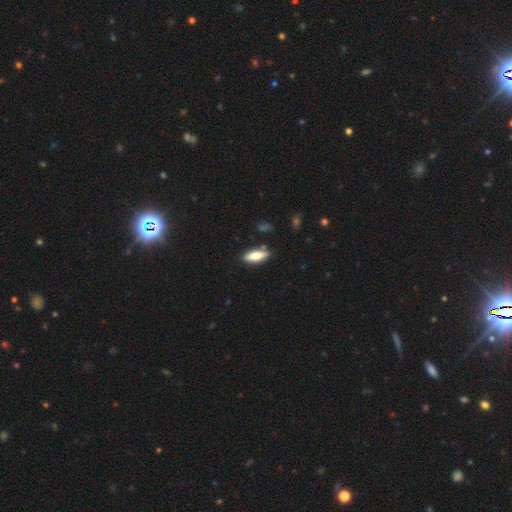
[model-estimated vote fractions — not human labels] Smooth or featured? smooth (73%)
How rounded? in between (53%)
Merging? none (82%)